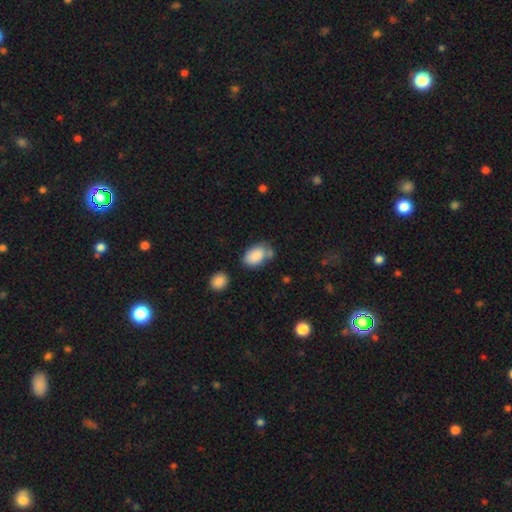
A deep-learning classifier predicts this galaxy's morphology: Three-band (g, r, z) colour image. It shows a smooth galaxy with no disk features (87%) that is in between round and cigar-shaped (88%). Merging: none (55%).